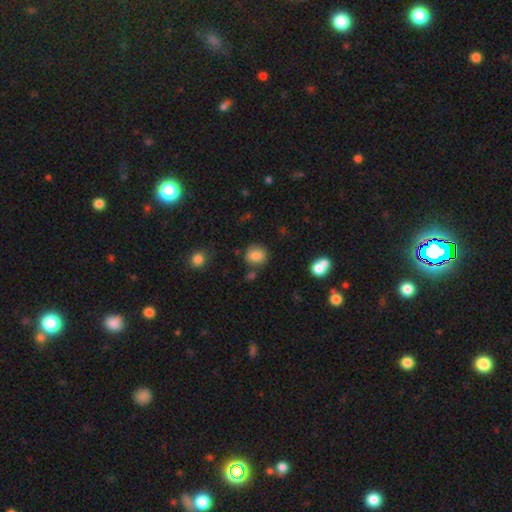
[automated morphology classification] Smooth or featured? Predicted: smooth (p=0.84). How rounded? Predicted: round (p=0.75). Merging? Predicted: none (p=0.75).